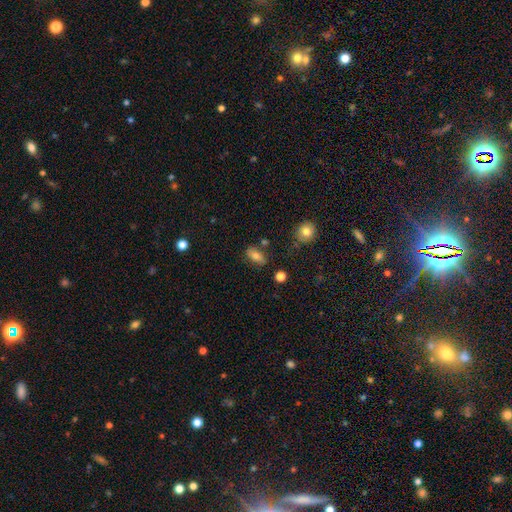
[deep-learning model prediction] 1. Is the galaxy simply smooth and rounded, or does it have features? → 79% smooth, 12% featured or disk, 10% star or artifact.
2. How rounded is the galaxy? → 86% in between, 7% cigar-shaped, 7% round.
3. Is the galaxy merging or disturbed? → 75% none, 16% minor disturbance, 5% merger, 4% major disturbance.